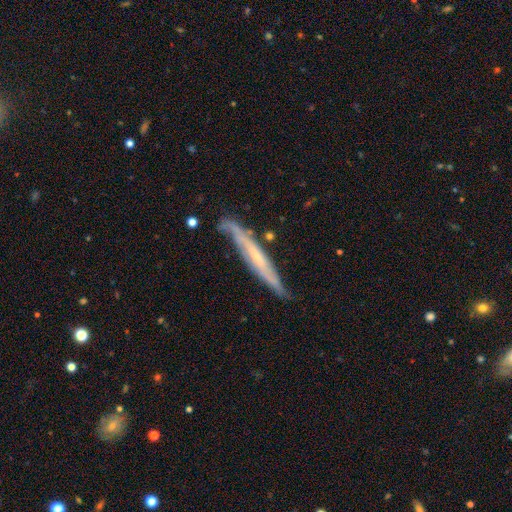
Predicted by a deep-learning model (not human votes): This is likely a featured or disk galaxy (68%). It is likely viewed edge-on (76%). Edge-on bulge: likely none (63%). Merging: likely none (66%).